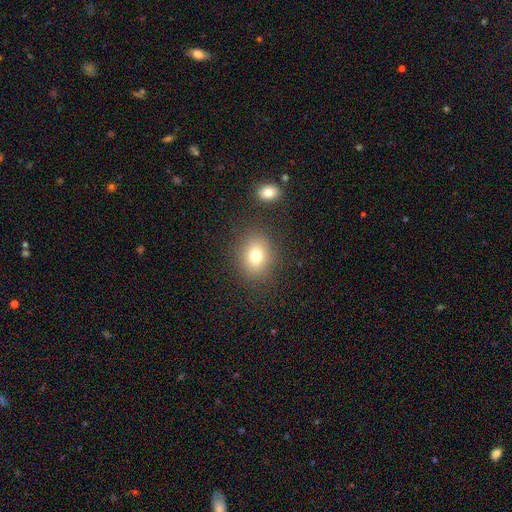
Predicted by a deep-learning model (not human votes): Smooth or featured? Predicted: smooth (p=0.76). How rounded? Predicted: round (p=0.57). Merging? Predicted: none (p=0.83).